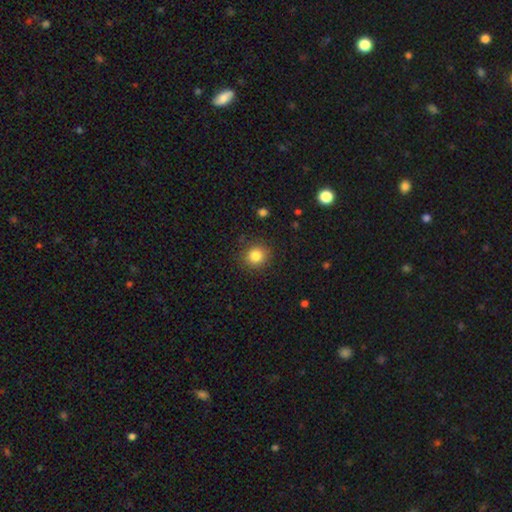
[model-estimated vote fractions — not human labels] smooth 84%, star or artifact 11%, featured or disk 6%. Down the decision tree: how rounded — round (86%); merging — none (87%).